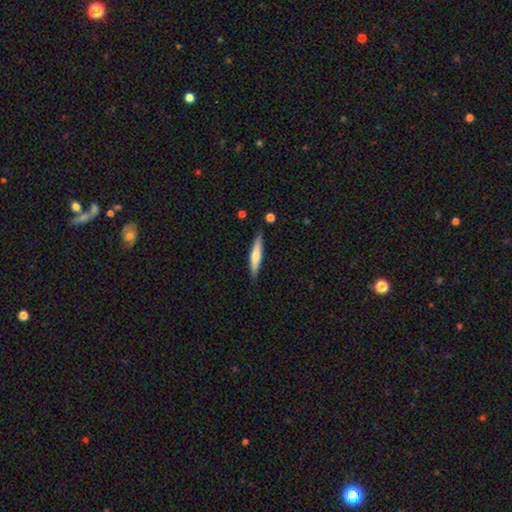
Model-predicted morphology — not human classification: type=smooth (58%); roundness=cigar-shaped (88%); merging=none (87%).